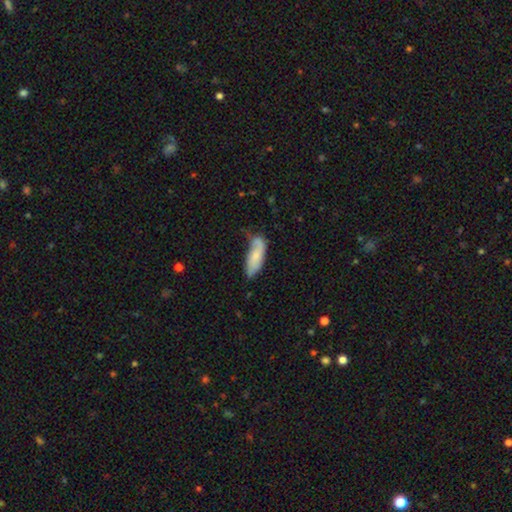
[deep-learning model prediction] This appears to be a smooth galaxy with no disk features (68%) that is in between round and cigar-shaped (68%). Merging: none (43%).